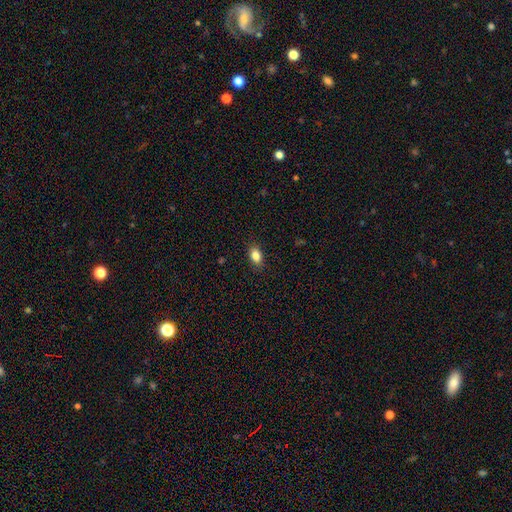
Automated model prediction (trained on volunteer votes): Smooth or featured? smooth (85%)
How rounded? in between (83%)
Merging? none (87%)